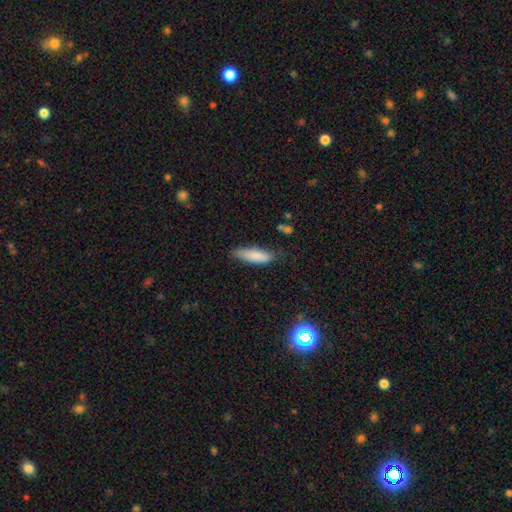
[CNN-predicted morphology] Smooth or featured: smooth — 85% (featured or disk — 9%)
How rounded: cigar-shaped — 52% (in between — 46%)
Merging: none — 70% (minor disturbance — 24%)